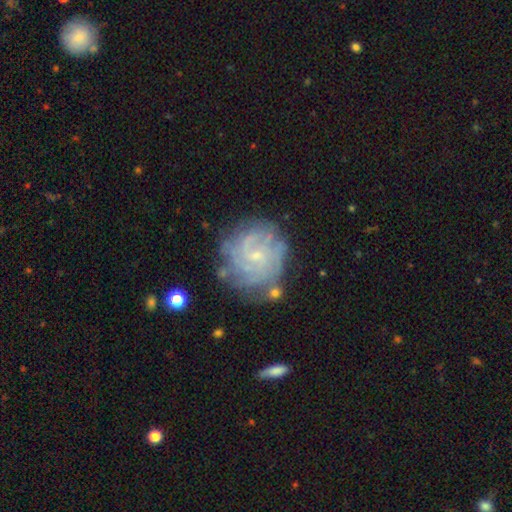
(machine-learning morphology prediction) A featured or disk galaxy (79%) with no bar (63%), tight (70%) spiral arms (92%) and a small central bulge (77%). Merging: none (70%).